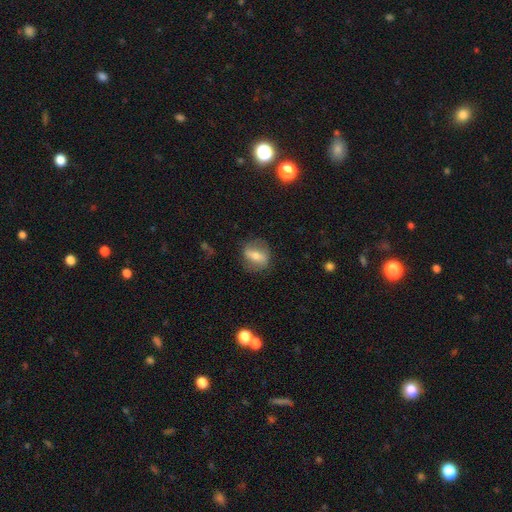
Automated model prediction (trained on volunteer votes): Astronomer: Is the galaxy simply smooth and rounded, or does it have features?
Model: featured or disk — 52% (runner-up: smooth, 40%).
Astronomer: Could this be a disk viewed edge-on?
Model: no — 86%.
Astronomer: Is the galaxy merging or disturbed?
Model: none — 77%.